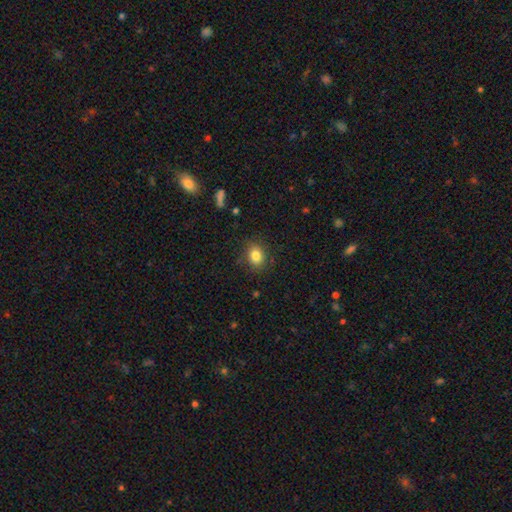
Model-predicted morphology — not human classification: type=smooth (83%); roundness=in between (56%); merging=none (85%).